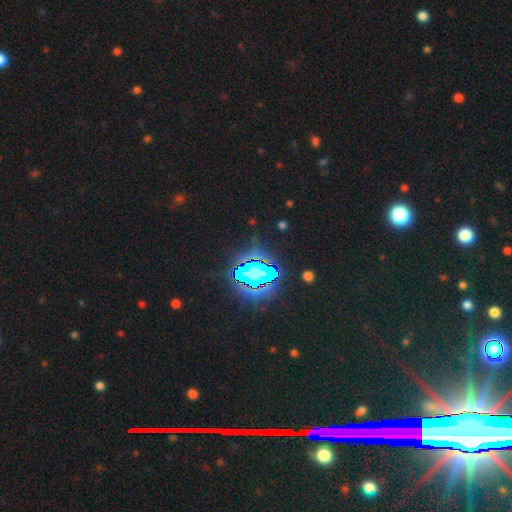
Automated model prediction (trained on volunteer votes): The model was most divided on "smooth or featured": star or artifact: 83%, smooth: 9%, featured or disk: 7%.